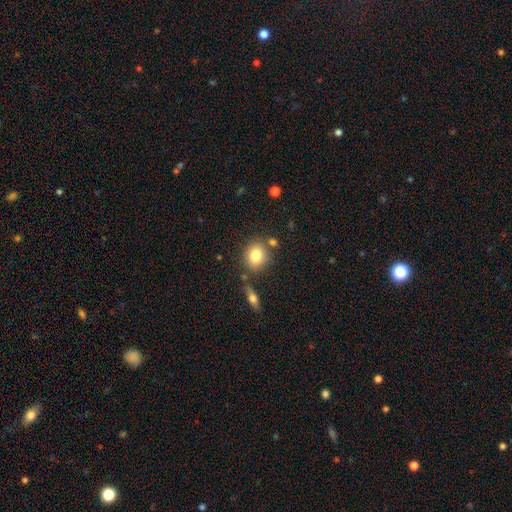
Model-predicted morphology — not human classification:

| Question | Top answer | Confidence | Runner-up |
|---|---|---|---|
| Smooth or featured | smooth | 80% | featured or disk (11%) |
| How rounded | round | 68% | in between (30%) |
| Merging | none | 74% | minor disturbance (12%) |